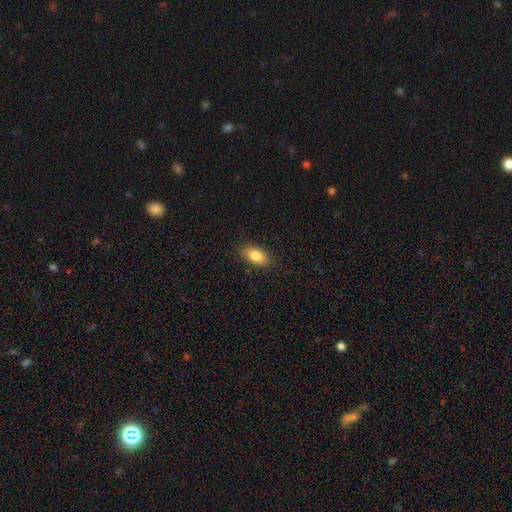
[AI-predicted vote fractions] Q: Smooth or featured?
A: smooth (84%); runner-up: featured or disk (9%)
Q: How rounded?
A: in between (91%); runner-up: round (6%)
Q: Merging?
A: none (88%); runner-up: minor disturbance (9%)